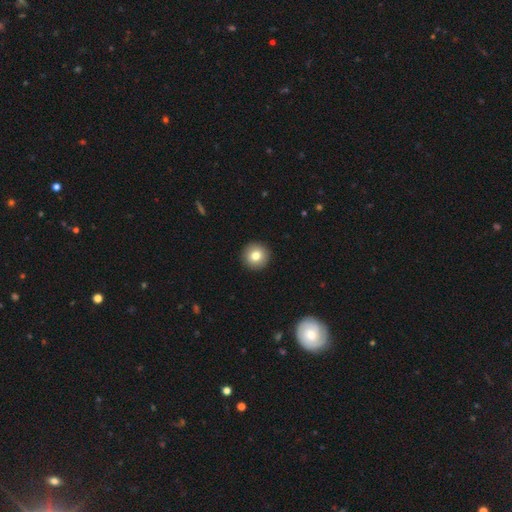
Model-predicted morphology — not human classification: smooth_or_featured: smooth (p=0.79) [alt: featured or disk p=0.12]
how_rounded: round (p=0.95) [alt: in between p=0.04]
merging: none (p=0.93) [alt: minor disturbance p=0.04]